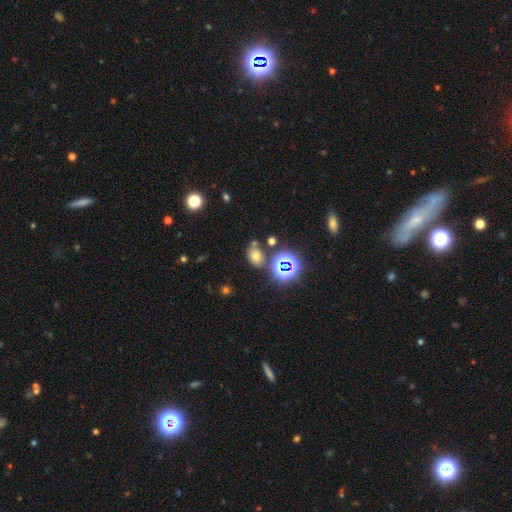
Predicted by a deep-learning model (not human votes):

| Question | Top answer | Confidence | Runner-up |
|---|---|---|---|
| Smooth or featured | smooth | 63% | star or artifact (29%) |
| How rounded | in between | 63% | round (36%) |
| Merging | none | 71% | minor disturbance (14%) |